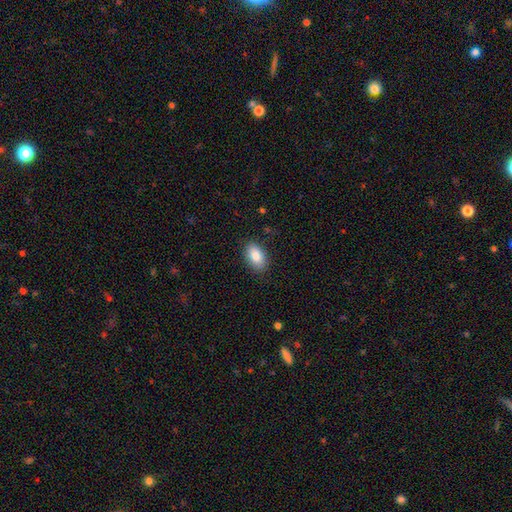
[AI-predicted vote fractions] Morphology: type=smooth (86%); roundness=in between (92%); merging=none (86%).